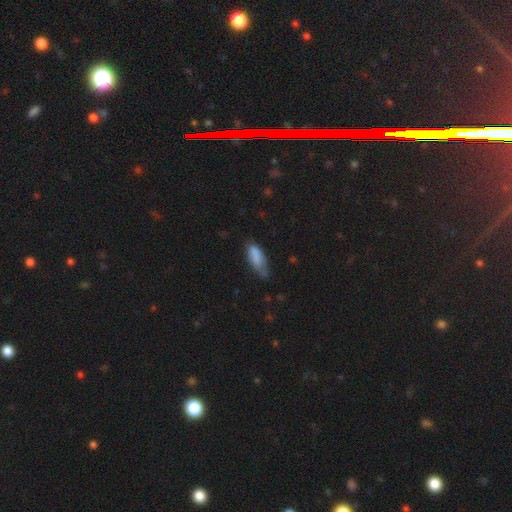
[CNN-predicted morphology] smooth_or_featured: smooth (p=0.82) [alt: featured or disk p=0.11]
how_rounded: in between (p=0.73) [alt: cigar-shaped p=0.25]
merging: none (p=0.45) [alt: minor disturbance p=0.40]